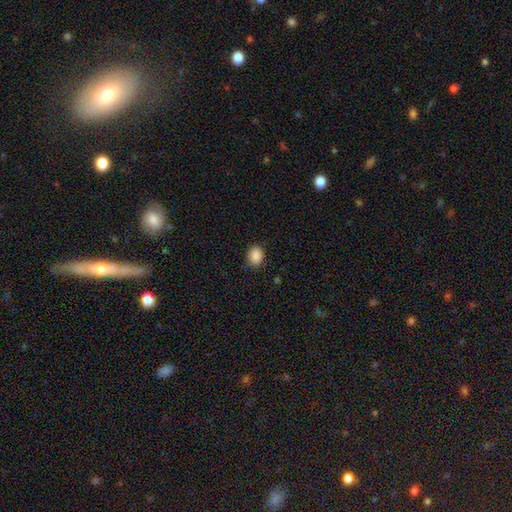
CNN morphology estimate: A smooth galaxy with no disk features (88%) that is round (52%). Merging: none (87%).